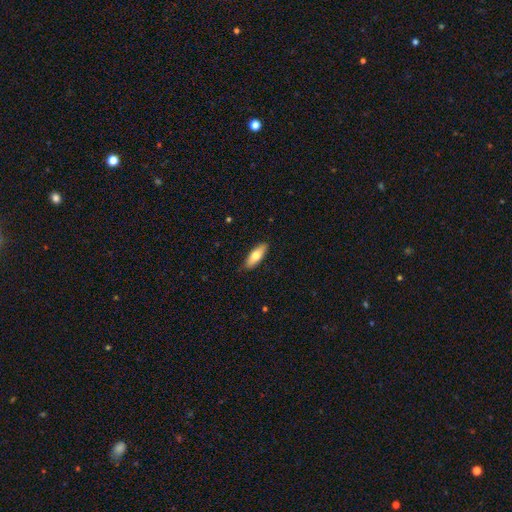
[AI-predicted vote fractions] Q: Smooth or featured?
A: smooth (73%); runner-up: featured or disk (22%)
Q: How rounded?
A: in between (67%); runner-up: cigar-shaped (30%)
Q: Merging?
A: none (88%); runner-up: minor disturbance (10%)